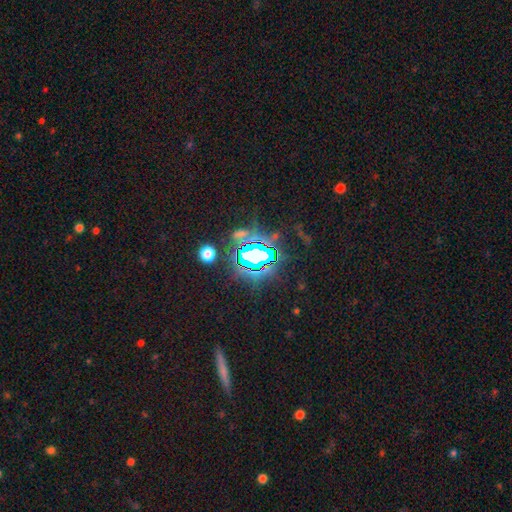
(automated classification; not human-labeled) Overall: star or artifact (75%).